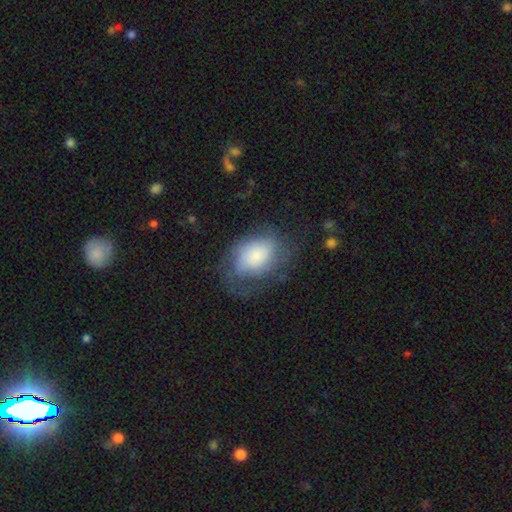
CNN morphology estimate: featured or disk 49%, smooth 42%, star or artifact 9%. Down the decision tree: merging — none (53%).